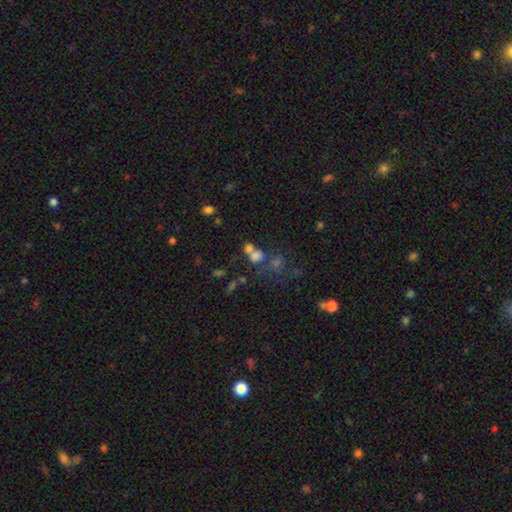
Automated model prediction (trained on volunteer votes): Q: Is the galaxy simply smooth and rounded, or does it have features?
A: smooth — 66%.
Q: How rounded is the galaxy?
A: round — 58%.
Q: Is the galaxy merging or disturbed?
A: merger — 42%.